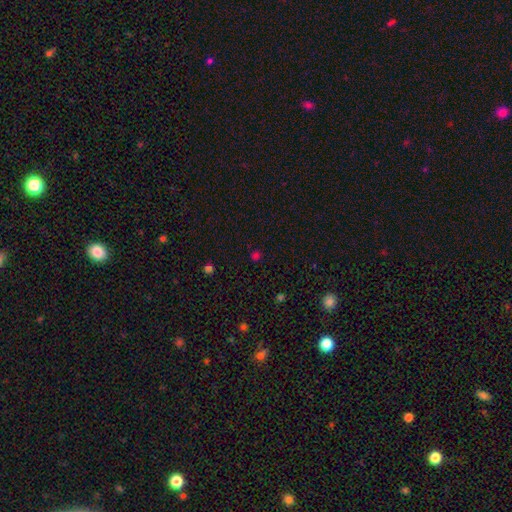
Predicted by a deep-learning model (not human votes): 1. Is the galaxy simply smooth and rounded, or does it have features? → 56% smooth, 38% star or artifact, 5% featured or disk.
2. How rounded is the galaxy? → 87% round, 12% in between, 1% cigar-shaped.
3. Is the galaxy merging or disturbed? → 84% none, 9% minor disturbance, 4% major disturbance, 3% merger.